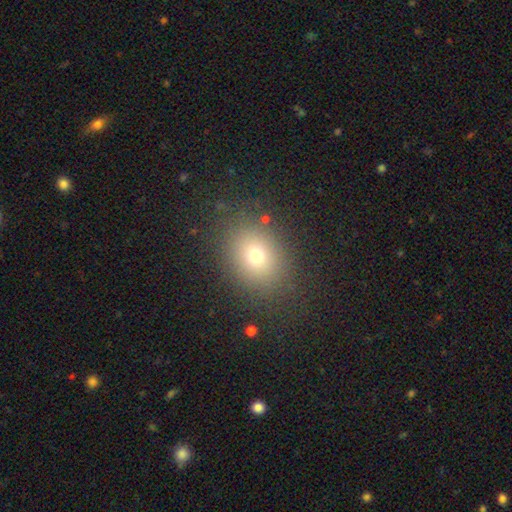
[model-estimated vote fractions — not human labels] Smooth or featured?
  - smooth: 71% *
  - star or artifact: 17%
  - featured or disk: 12%
How rounded?
  - round: 55% *
  - in between: 44%
  - cigar-shaped: 1%
Merging?
  - none: 84% *
  - minor disturbance: 9%
  - major disturbance: 5%
  - merger: 1%